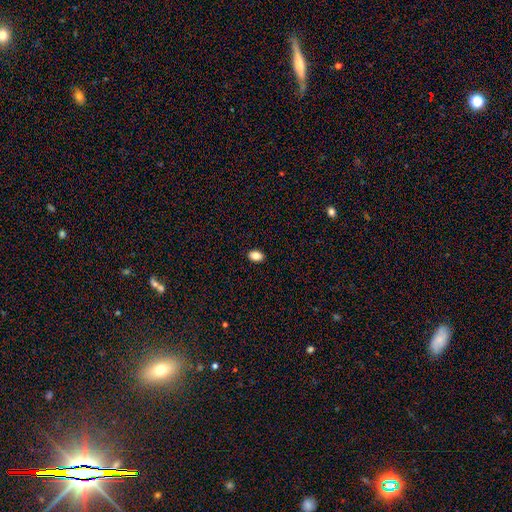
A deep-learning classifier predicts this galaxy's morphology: type=smooth (86%); roundness=in between (81%); merging=none (91%).